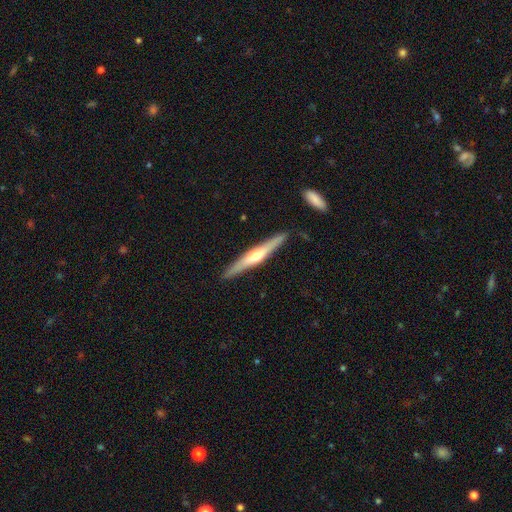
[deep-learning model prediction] smooth_or_featured: featured or disk (p=0.65) [alt: smooth p=0.30]
disk_edge_on: yes (p=0.97) [alt: no p=0.03]
edge_on_bulge: rounded (p=0.80) [alt: none p=0.10]
merging: none (p=0.88) [alt: minor disturbance p=0.08]